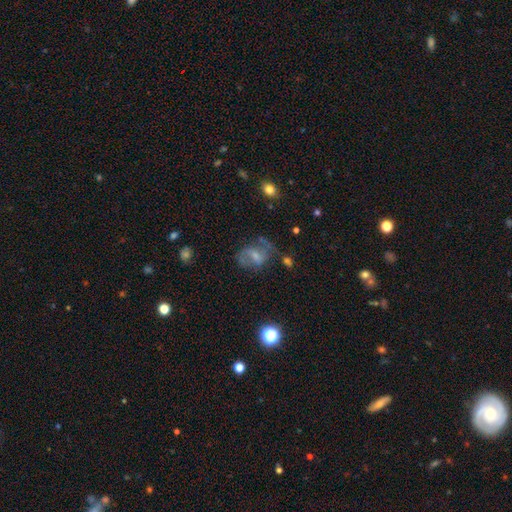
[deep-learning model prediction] Overall: featured or disk (49%; smooth 38%). Merging: none (46%; major disturbance 26%).